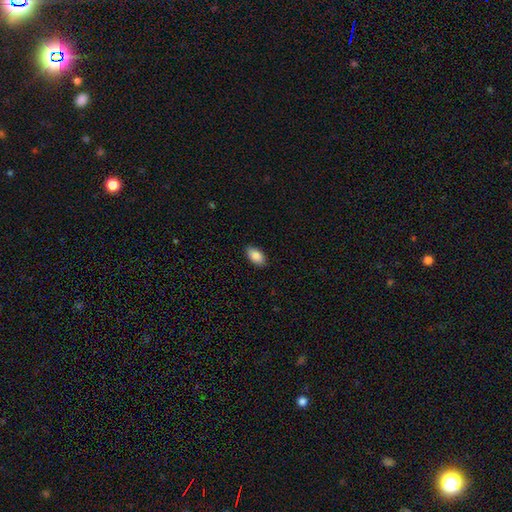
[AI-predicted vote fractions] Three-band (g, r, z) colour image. It shows a smooth galaxy with no disk features (89%) that is in between round and cigar-shaped (94%). Merging: none (88%).